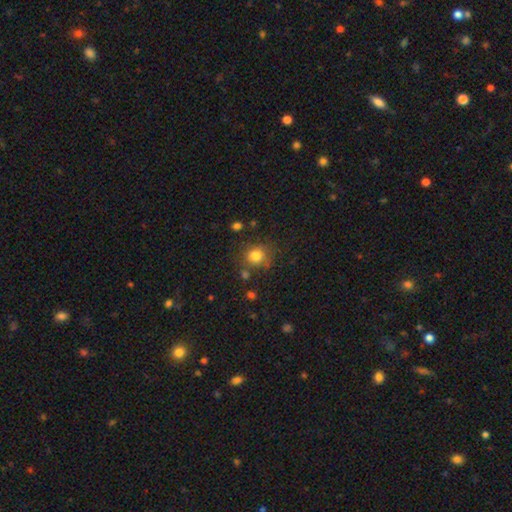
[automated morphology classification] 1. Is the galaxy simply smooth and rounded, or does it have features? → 80% smooth, 13% star or artifact, 7% featured or disk.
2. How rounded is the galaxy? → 82% round, 17% in between, 1% cigar-shaped.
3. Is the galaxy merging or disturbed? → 73% none, 15% minor disturbance, 7% merger, 5% major disturbance.